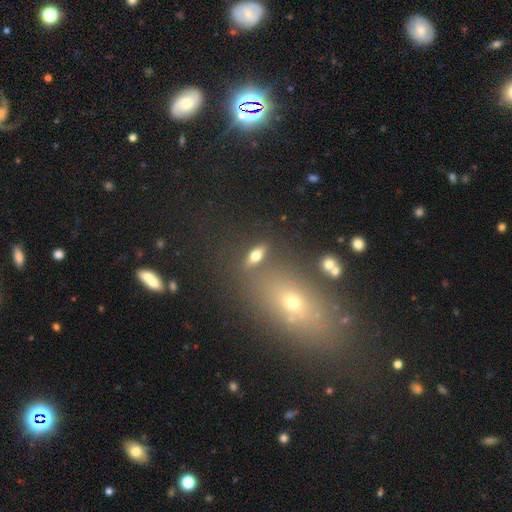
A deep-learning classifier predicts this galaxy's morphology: This appears to be a smooth galaxy with no disk features (64%) that is in between round and cigar-shaped (66%). Merging: none (79%).